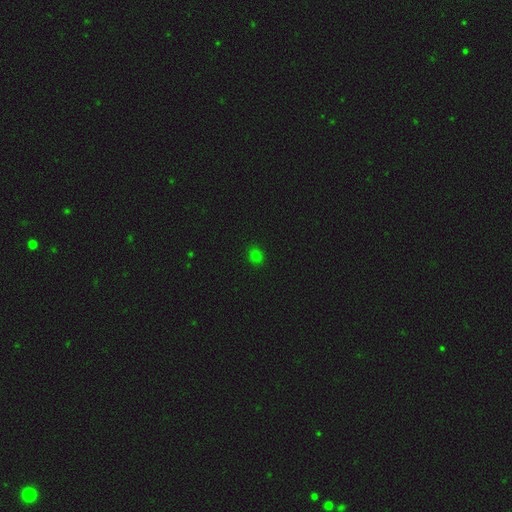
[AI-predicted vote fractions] Morphology: type=smooth (77%); roundness=round (66%); merging=none (89%).